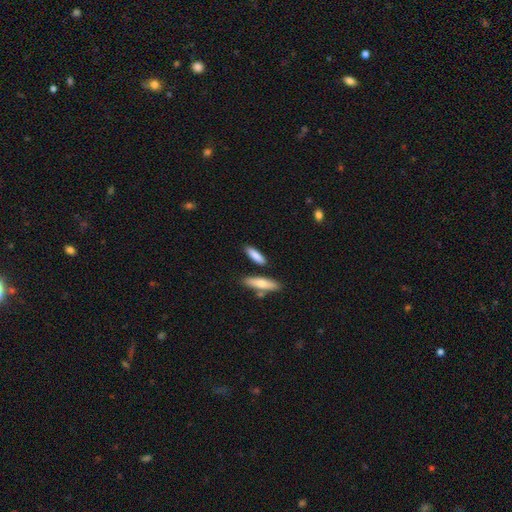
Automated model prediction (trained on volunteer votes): smooth 81%, featured or disk 13%, star or artifact 6%. Down the decision tree: how rounded — cigar-shaped (62%); merging — none (79%).